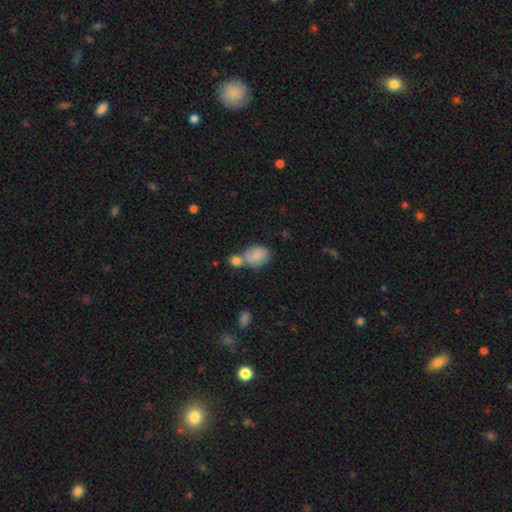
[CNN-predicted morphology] A smooth galaxy with no disk features (78%) that is in between round and cigar-shaped (58%).

Vote fractions:
- Smooth or featured? smooth: 78% / featured or disk: 14% / star or artifact: 8%
- How rounded? in between: 58% / round: 40% / cigar-shaped: 1%
- Merging? merger: 45% / none: 36% / minor disturbance: 14% / major disturbance: 5%